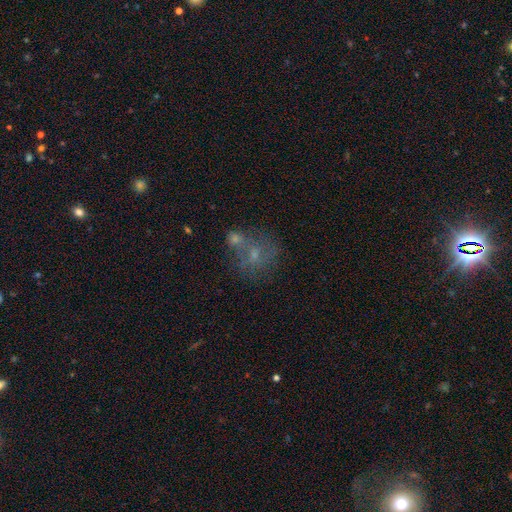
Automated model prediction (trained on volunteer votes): Overall: smooth (43%; featured or disk 37%). Merging: none (38%; merger 36%).